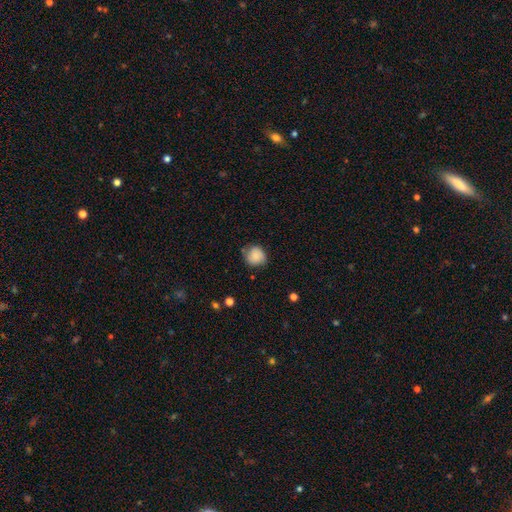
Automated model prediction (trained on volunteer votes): This appears to be a smooth galaxy with no disk features (85%) that is round (86%). Merging: none (73%).